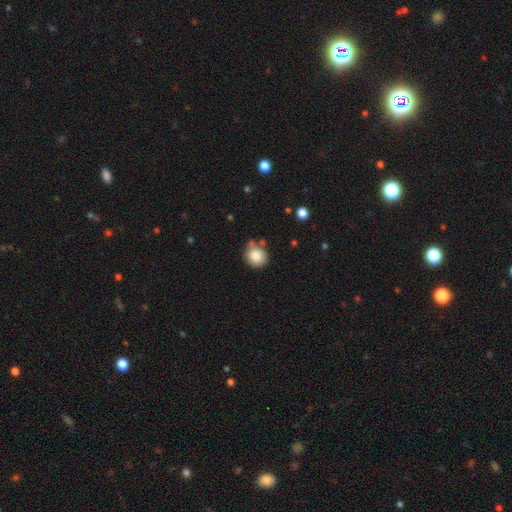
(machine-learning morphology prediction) Smooth or featured: smooth — 82% (star or artifact — 10%)
How rounded: round — 86% (in between — 13%)
Merging: none — 68% (minor disturbance — 18%)